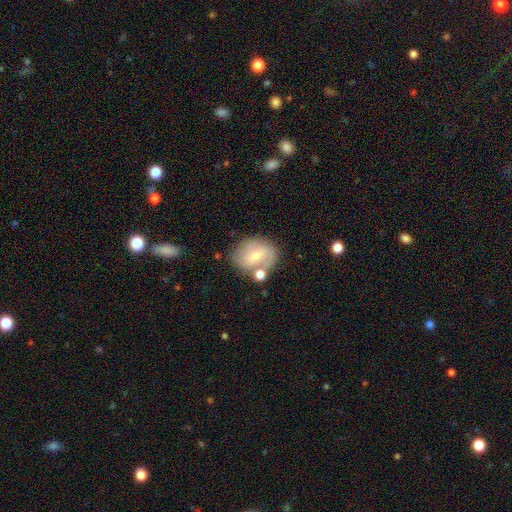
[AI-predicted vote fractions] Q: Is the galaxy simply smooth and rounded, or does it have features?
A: featured or disk — 52%.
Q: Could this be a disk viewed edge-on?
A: no — 95%.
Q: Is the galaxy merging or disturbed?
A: none — 61%.